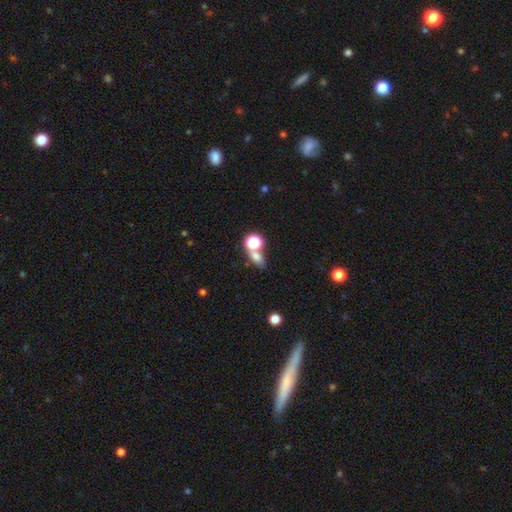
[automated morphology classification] This appears to be a smooth galaxy with no disk features (68%) that is in between round and cigar-shaped (60%). Merging: none (43%).